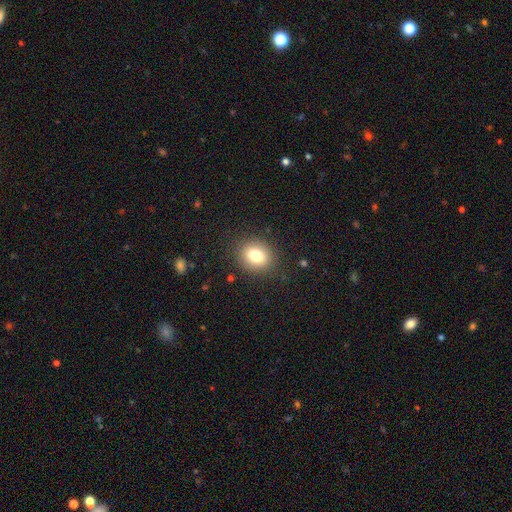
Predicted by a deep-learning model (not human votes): Smooth or featured: smooth — 79% (star or artifact — 10%)
How rounded: round — 54% (in between — 45%)
Merging: none — 87% (minor disturbance — 9%)